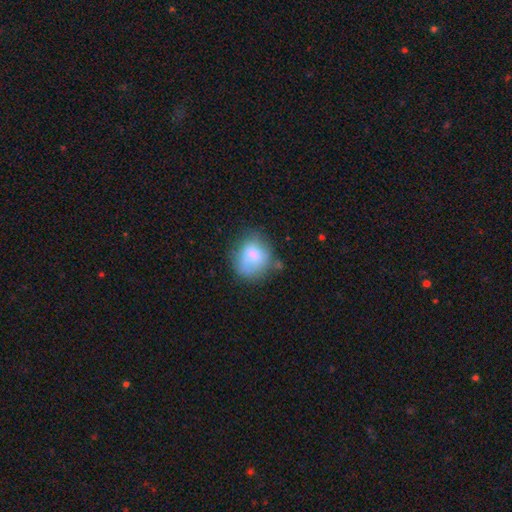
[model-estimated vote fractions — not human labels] smooth_or_featured: smooth (p=0.72) [alt: featured or disk p=0.19]
how_rounded: round (p=0.67) [alt: in between p=0.32]
merging: none (p=0.49) [alt: minor disturbance p=0.28]